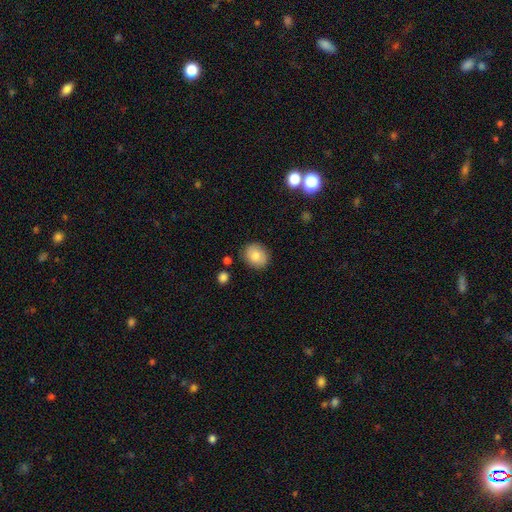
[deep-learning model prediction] Morphology: type=smooth (81%); roundness=round (62%); merging=none (86%).